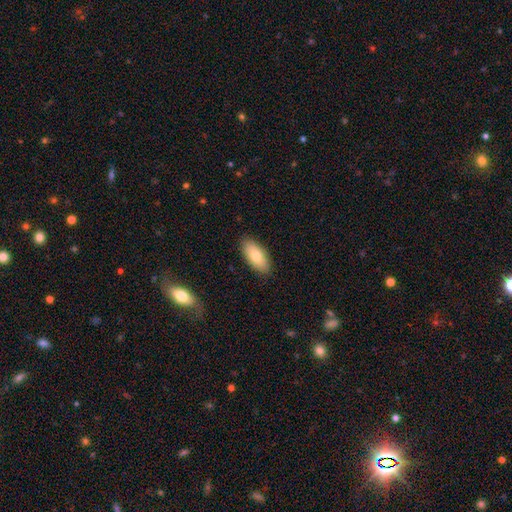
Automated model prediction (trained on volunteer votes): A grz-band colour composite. It shows a smooth galaxy with no disk features (77%) that is in between round and cigar-shaped (89%). Merging: none (88%).